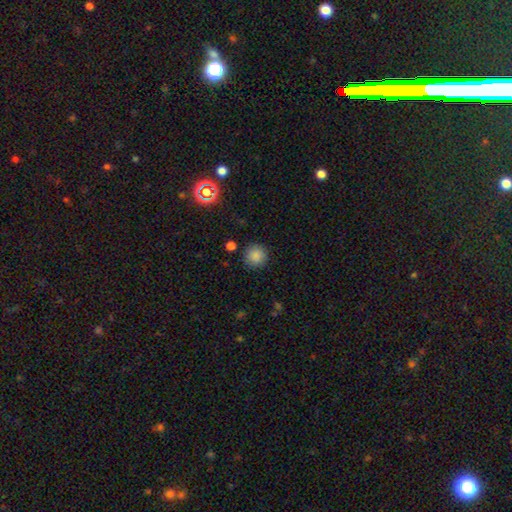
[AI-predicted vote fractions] smooth 86%, star or artifact 10%, featured or disk 4%. Down the decision tree: how rounded — round (94%); merging — none (89%).